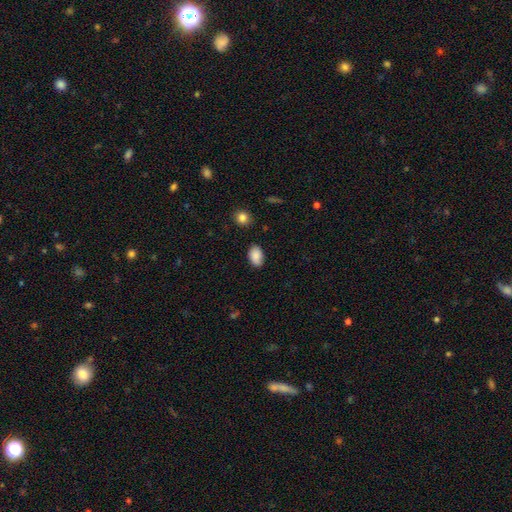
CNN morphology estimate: A smooth galaxy with no disk features (88%) that is in between round and cigar-shaped (89%). Merging: none (85%).